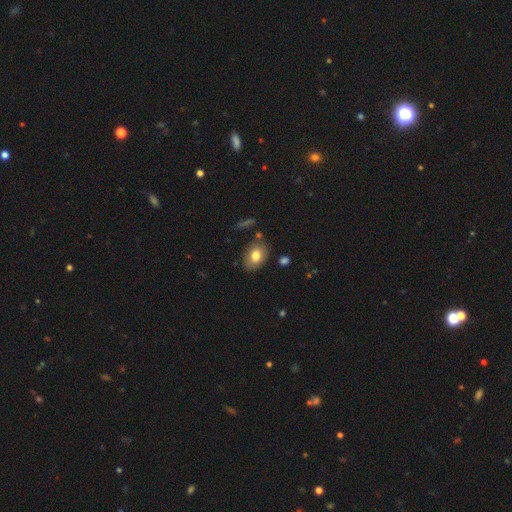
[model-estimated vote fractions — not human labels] A smooth galaxy with no disk features (77%) that is in between round and cigar-shaped (78%). Merging: none (79%).